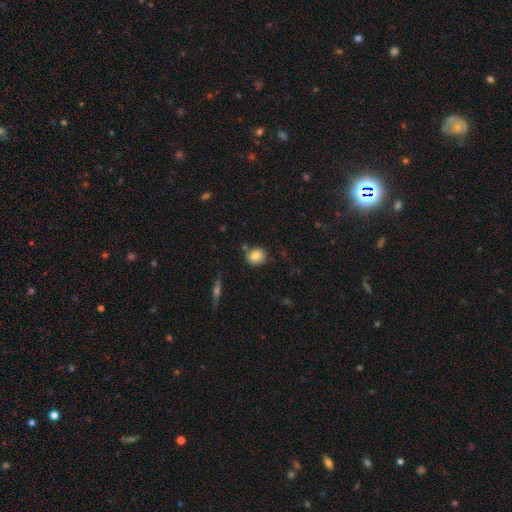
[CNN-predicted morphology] Smooth or featured? smooth (81%)
How rounded? round (82%)
Merging? none (78%)